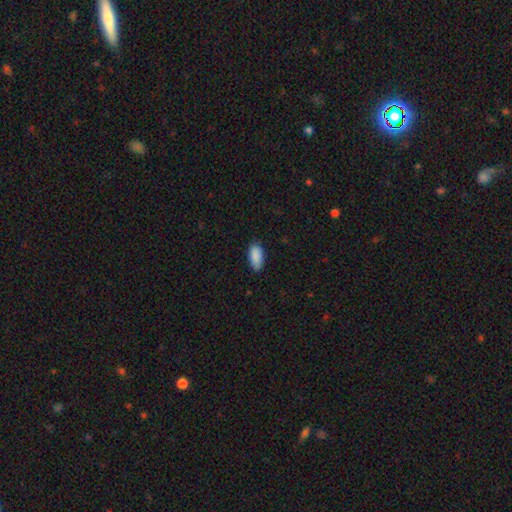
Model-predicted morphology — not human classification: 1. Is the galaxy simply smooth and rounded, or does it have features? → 90% smooth, 6% star or artifact, 4% featured or disk.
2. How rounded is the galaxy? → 91% in between, 7% cigar-shaped, 2% round.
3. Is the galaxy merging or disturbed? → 82% none, 15% minor disturbance, 2% major disturbance, 1% merger.